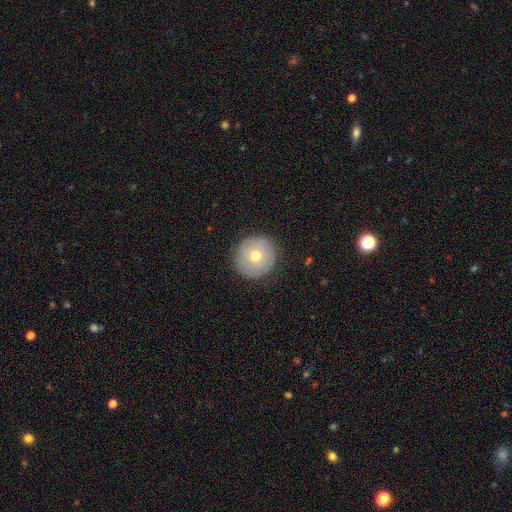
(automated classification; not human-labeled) The model was most divided on "smooth or featured": smooth: 65%, featured or disk: 24%, star or artifact: 10%. More confident: how rounded — round (95%); merging — none (88%).